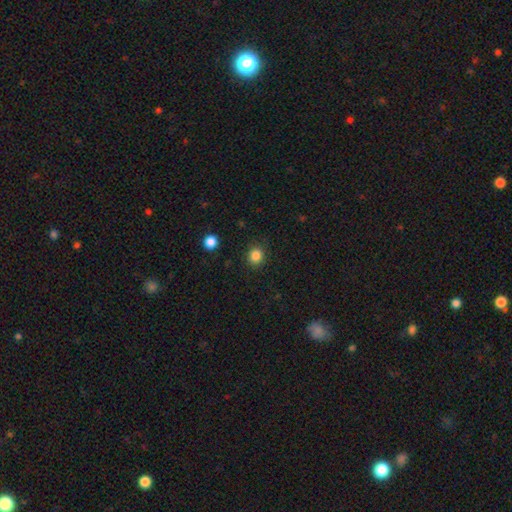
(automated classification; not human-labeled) A smooth galaxy with no disk features (85%) that is round (83%). Merging: none (89%).